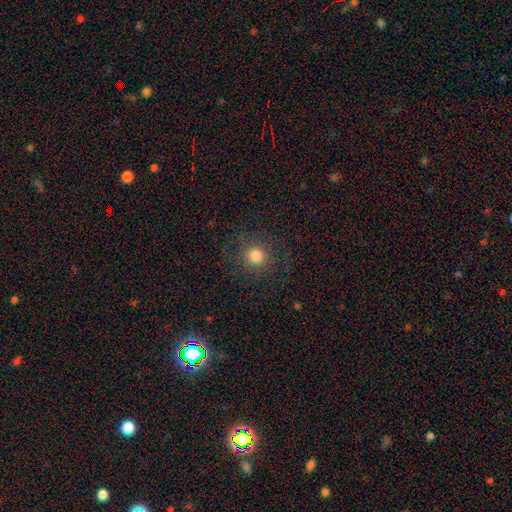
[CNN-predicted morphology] This is likely a smooth galaxy (78%). How rounded: clearly round (94%). Merging: clearly none (84%).